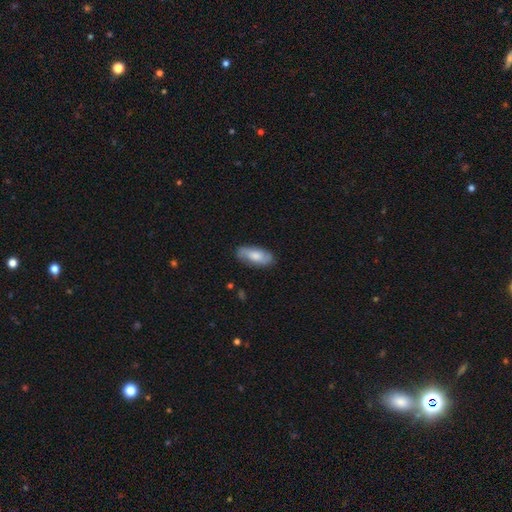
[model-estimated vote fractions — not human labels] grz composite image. It shows a smooth galaxy with no disk features (66%) that is in between round and cigar-shaped (84%). Merging: none (80%).